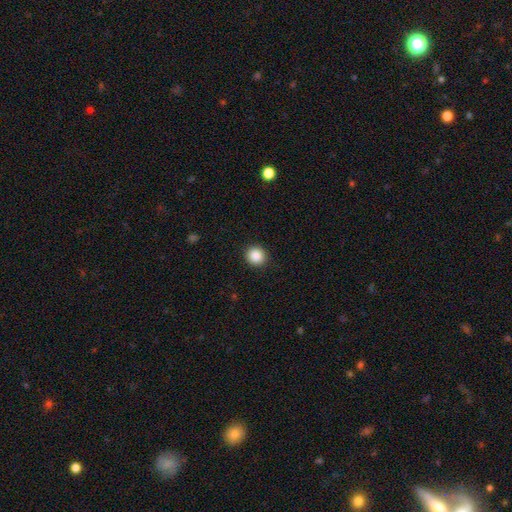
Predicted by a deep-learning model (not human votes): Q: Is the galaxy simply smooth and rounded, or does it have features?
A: smooth — 88%.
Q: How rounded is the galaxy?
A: round — 89%.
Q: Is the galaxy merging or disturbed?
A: none — 91%.